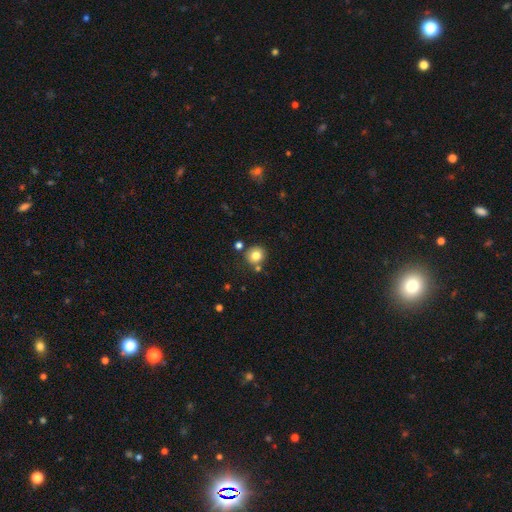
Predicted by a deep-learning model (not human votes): Morphology: type=smooth (80%); roundness=round (88%); merging=none (76%).